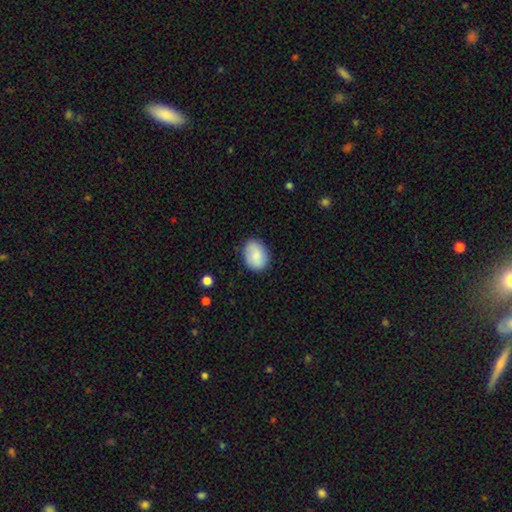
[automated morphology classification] Smooth or featured? smooth (84%)
How rounded? in between (67%)
Merging? none (81%)